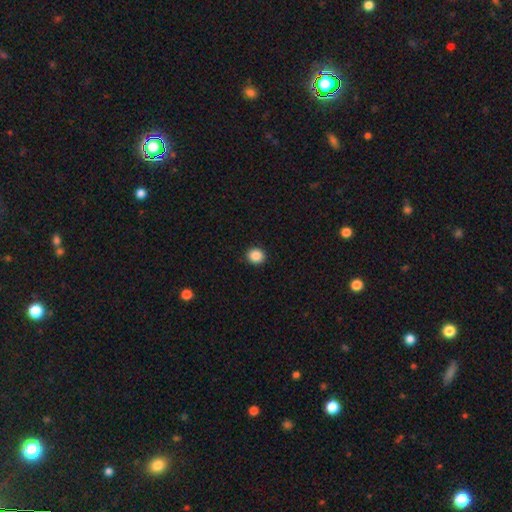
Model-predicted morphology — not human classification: Overall: smooth (88%). How rounded: round (87%). Merging: none (93%).